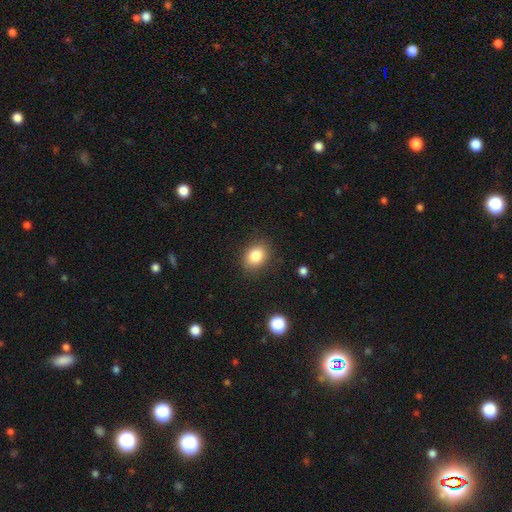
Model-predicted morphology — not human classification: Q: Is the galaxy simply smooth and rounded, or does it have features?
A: smooth — 83%.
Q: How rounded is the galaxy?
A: in between — 59%.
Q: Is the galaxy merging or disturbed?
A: none — 85%.